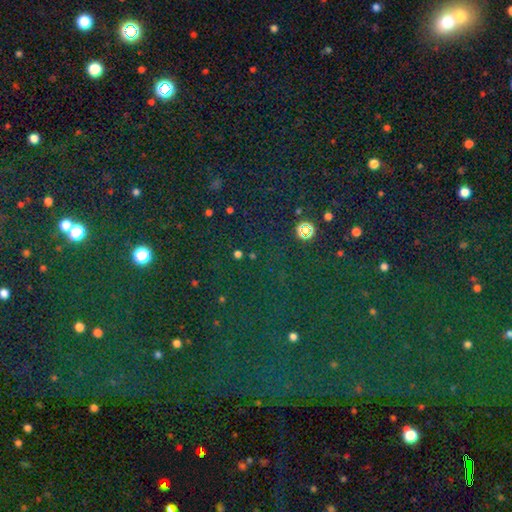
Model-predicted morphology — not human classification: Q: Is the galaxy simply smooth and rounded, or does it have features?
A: star or artifact — 81%.